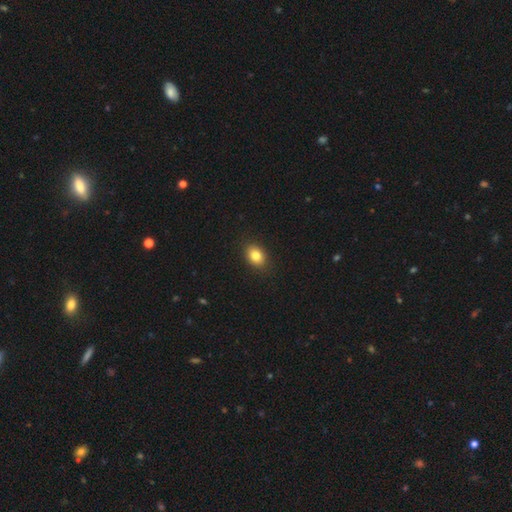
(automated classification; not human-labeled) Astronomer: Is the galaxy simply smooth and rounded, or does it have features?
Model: smooth — 82%.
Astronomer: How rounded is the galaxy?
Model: in between — 72%.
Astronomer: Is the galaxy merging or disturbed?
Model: none — 90%.